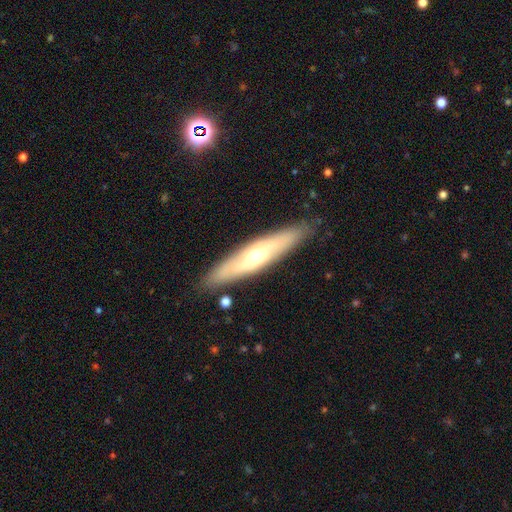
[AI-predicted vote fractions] Smooth or featured? featured or disk (56%)
Edge-on disk? yes (72%)
Merging? none (87%)